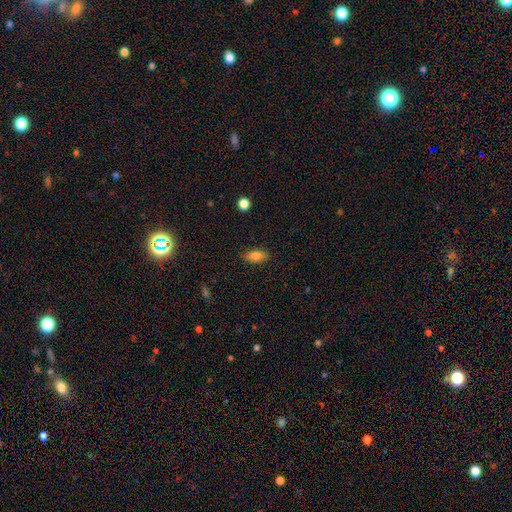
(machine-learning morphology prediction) Smooth or featured: smooth — 84% (star or artifact — 8%)
How rounded: in between — 88% (cigar-shaped — 8%)
Merging: none — 87% (minor disturbance — 10%)